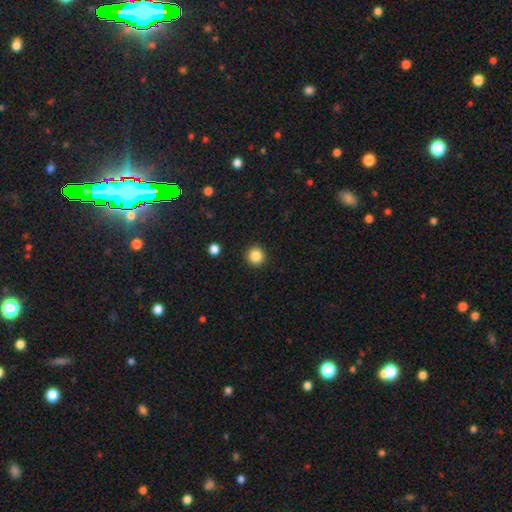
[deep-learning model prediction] Overall: smooth (86%). How rounded: round (94%). Merging: none (93%).